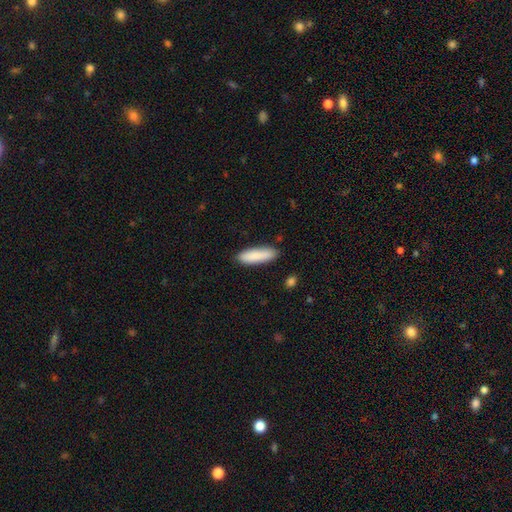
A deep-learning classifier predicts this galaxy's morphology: This appears to be a smooth galaxy with no disk features (88%) that is cigar-shaped (60%). Merging: none (86%).